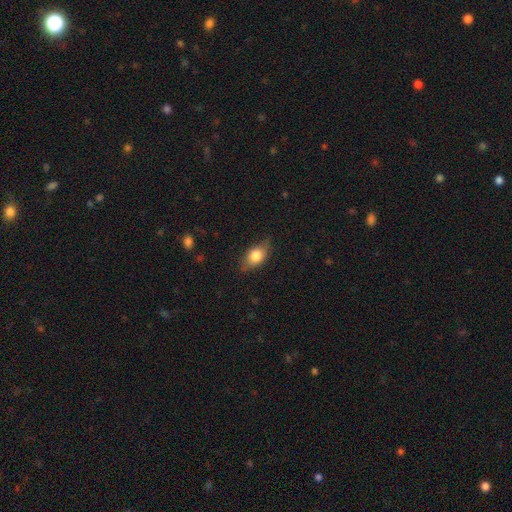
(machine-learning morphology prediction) Smooth or featured?
  - smooth: 74% *
  - featured or disk: 19%
  - star or artifact: 7%
How rounded?
  - in between: 82% *
  - round: 12%
  - cigar-shaped: 6%
Merging?
  - none: 75% *
  - minor disturbance: 20%
  - major disturbance: 4%
  - merger: 1%